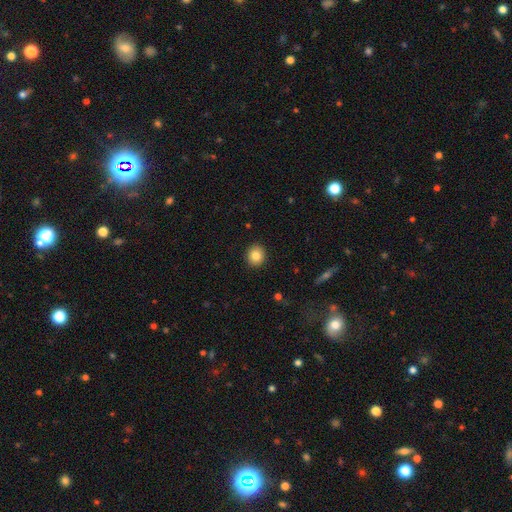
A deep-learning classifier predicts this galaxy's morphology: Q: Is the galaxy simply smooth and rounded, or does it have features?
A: smooth — 83%.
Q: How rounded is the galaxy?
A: round — 80%.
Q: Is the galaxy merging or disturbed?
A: none — 91%.